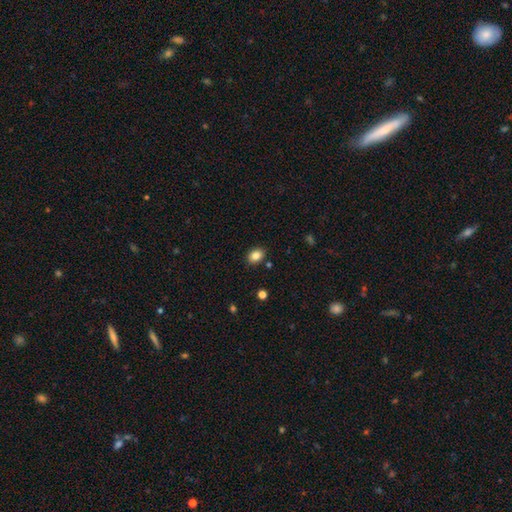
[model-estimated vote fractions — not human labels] This is clearly a smooth galaxy (85%). How rounded: likely in between (69%). Merging: clearly none (87%).